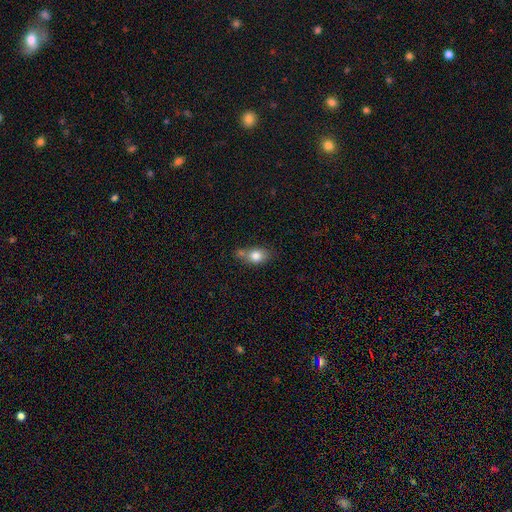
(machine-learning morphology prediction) type=smooth (79%); roundness=in between (67%); merging=none (45%).